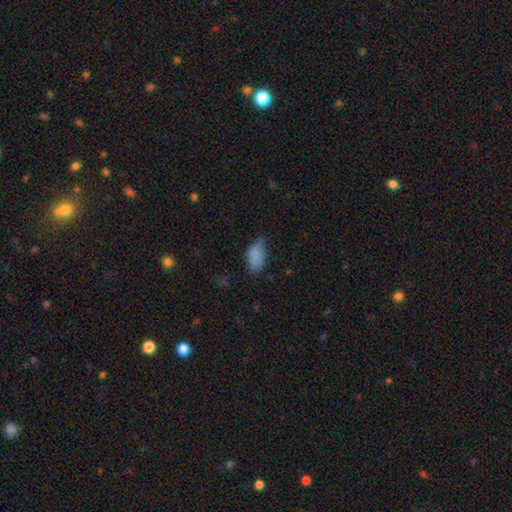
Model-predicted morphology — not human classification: A smooth galaxy with no disk features (83%) that is in between round and cigar-shaped (93%).

Vote fractions:
- Smooth or featured? smooth: 83% / star or artifact: 10% / featured or disk: 8%
- How rounded? in between: 93% / round: 5% / cigar-shaped: 2%
- Merging? none: 55% / minor disturbance: 35% / major disturbance: 9% / merger: 2%